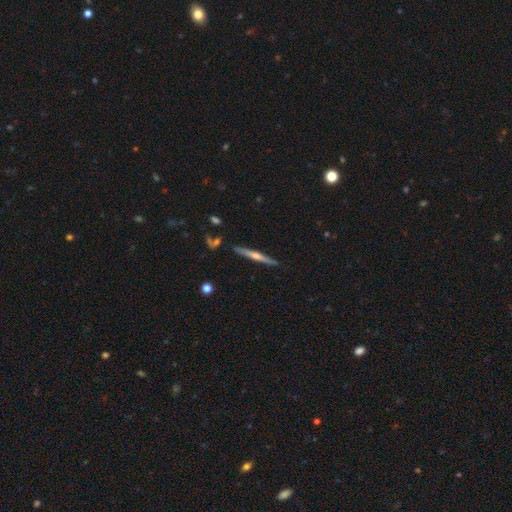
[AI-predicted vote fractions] Morphology: type=featured or disk (69%); edge-on=yes (98%); edge-on bulge=rounded (77%); merging=none (89%).